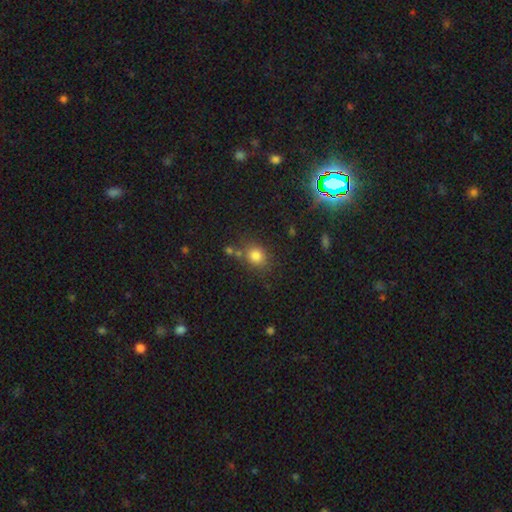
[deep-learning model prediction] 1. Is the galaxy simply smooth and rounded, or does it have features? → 81% smooth, 13% star or artifact, 7% featured or disk.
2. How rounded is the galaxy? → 68% round, 31% in between, 1% cigar-shaped.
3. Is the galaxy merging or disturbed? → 72% none, 14% minor disturbance, 10% merger, 5% major disturbance.